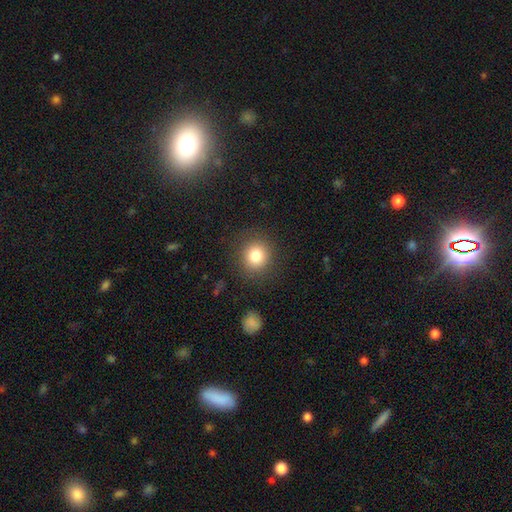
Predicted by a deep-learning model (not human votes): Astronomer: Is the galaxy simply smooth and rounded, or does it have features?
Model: smooth — 81%.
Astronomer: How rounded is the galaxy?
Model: round — 85%.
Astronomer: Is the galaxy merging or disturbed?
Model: none — 86%.